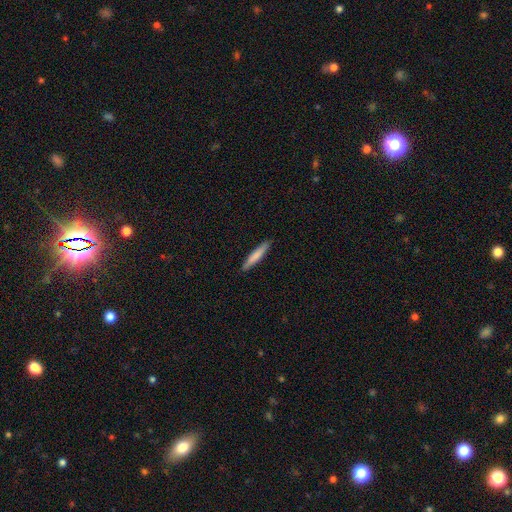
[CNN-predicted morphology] Smooth or featured?
  - smooth: 77% *
  - featured or disk: 18%
  - star or artifact: 5%
How rounded?
  - cigar-shaped: 93% *
  - in between: 6%
  - round: 1%
Merging?
  - none: 90% *
  - minor disturbance: 7%
  - major disturbance: 1%
  - merger: 1%